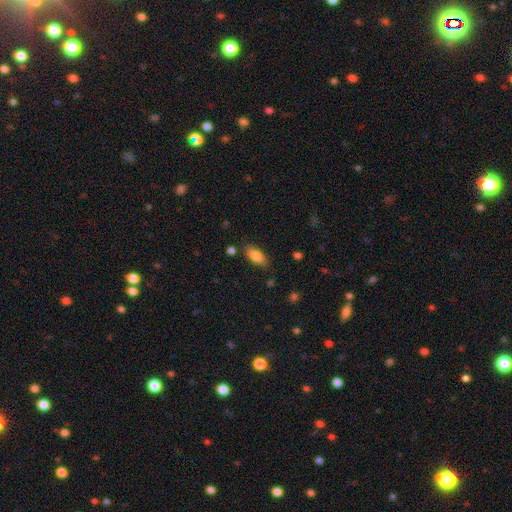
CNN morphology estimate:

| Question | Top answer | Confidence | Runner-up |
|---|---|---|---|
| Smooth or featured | smooth | 83% | featured or disk (9%) |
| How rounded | in between | 86% | cigar-shaped (12%) |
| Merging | none | 81% | minor disturbance (13%) |